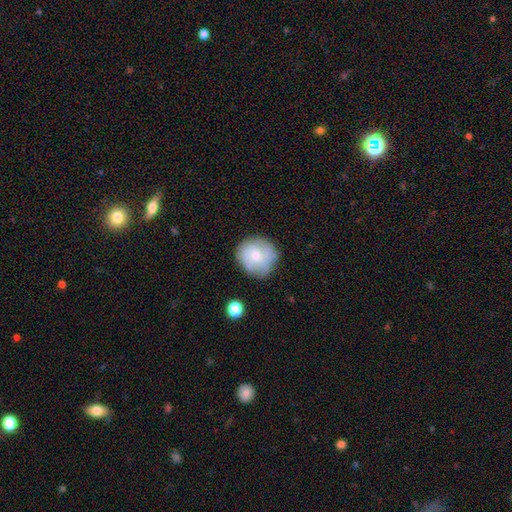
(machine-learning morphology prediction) Overall: smooth (48%; featured or disk 44%). Merging: none (72%).